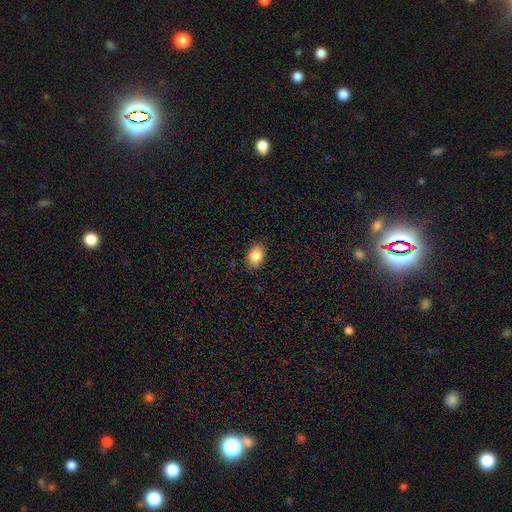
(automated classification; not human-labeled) This appears to be a smooth galaxy with no disk features (85%) that is in between round and cigar-shaped (81%). Merging: none (86%).